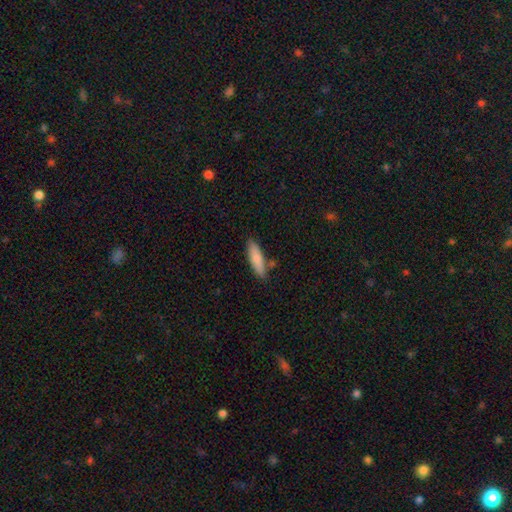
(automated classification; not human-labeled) Smooth or featured? smooth (82%)
How rounded? cigar-shaped (71%)
Merging? none (81%)